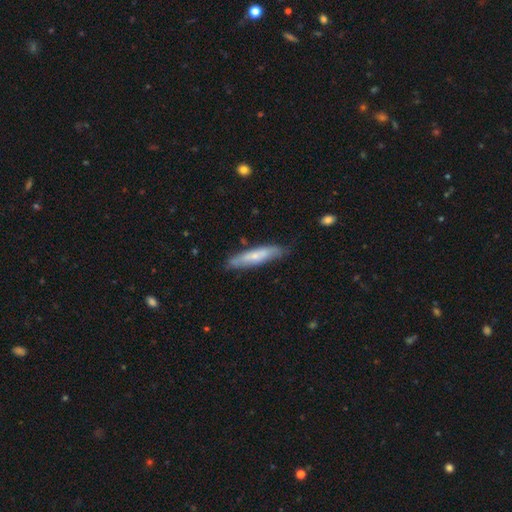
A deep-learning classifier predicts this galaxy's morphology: Smooth or featured?
  - smooth: 56% *
  - featured or disk: 39%
  - star or artifact: 6%
How rounded?
  - cigar-shaped: 83% *
  - in between: 15%
  - round: 2%
Merging?
  - none: 79% *
  - minor disturbance: 16%
  - major disturbance: 3%
  - merger: 2%